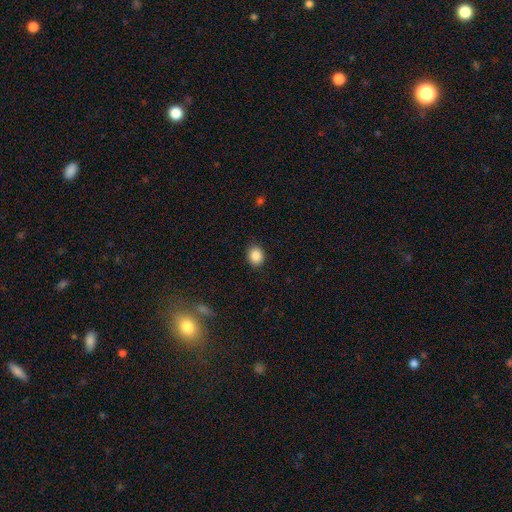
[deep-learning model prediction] smooth-or-featured: smooth: 88% | star or artifact: 9% | featured or disk: 3%
  how-rounded: round: 61% | in between: 38% | cigar-shaped: 1%
  merging: none: 88% | minor disturbance: 8% | major disturbance: 2% | merger: 1%